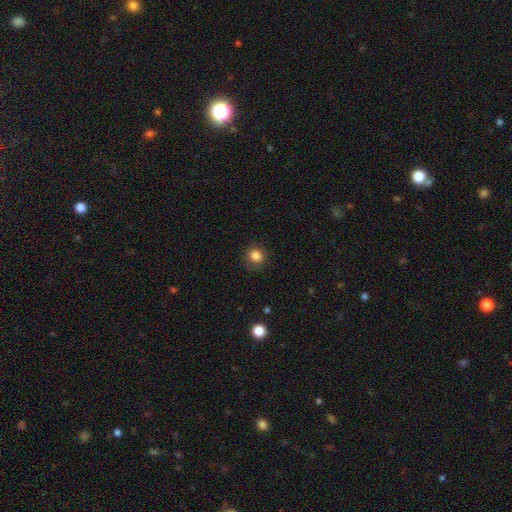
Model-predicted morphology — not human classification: smooth 84%, star or artifact 11%, featured or disk 5%. Down the decision tree: how rounded — round (80%); merging — none (83%).